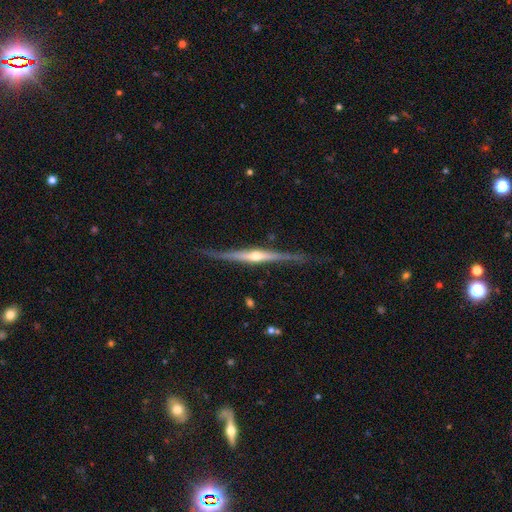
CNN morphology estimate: type=featured or disk (84%); edge-on=yes (98%); edge-on bulge=rounded (89%); merging=none (81%).